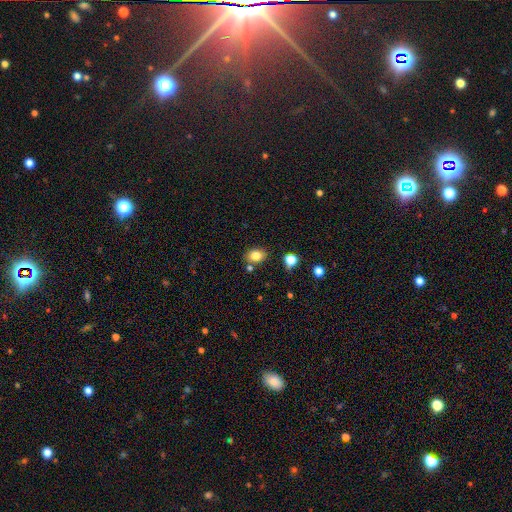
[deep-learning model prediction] A smooth galaxy with no disk features (80%) that is in between round and cigar-shaped (61%).

Vote fractions:
- Smooth or featured? smooth: 80% / star or artifact: 11% / featured or disk: 8%
- How rounded? in between: 61% / round: 38% / cigar-shaped: 1%
- Merging? none: 76% / minor disturbance: 13% / merger: 8% / major disturbance: 3%